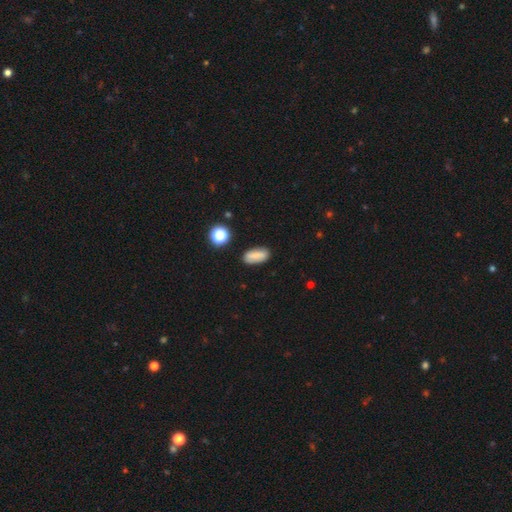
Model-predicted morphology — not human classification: smooth_or_featured: smooth (p=0.77) [alt: featured or disk p=0.14]
how_rounded: in between (p=0.86) [alt: cigar-shaped p=0.10]
merging: none (p=0.85) [alt: minor disturbance p=0.11]